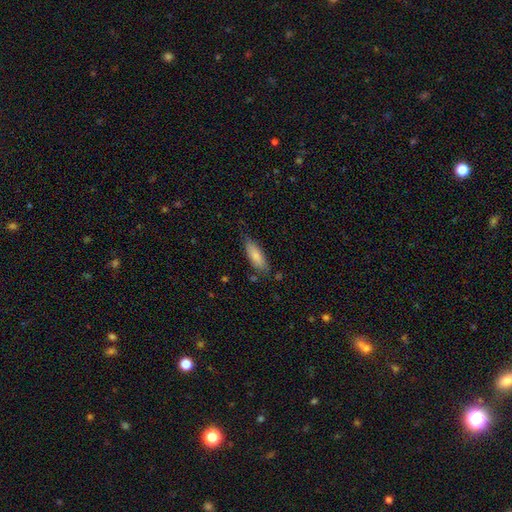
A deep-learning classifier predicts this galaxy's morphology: Smooth or featured: smooth — 81% (featured or disk — 13%)
How rounded: in between — 61% (cigar-shaped — 37%)
Merging: none — 71% (minor disturbance — 22%)